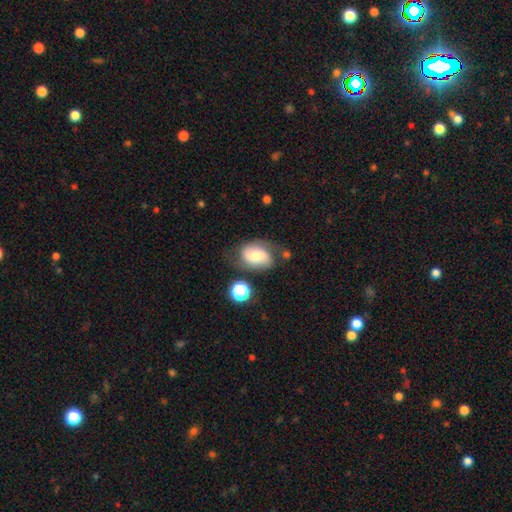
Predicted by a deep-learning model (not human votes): A smooth galaxy with no disk features (45%, tied with featured or disk). Merging: none (58%).